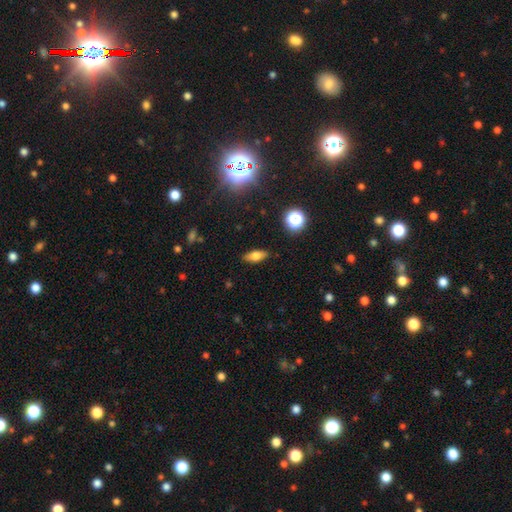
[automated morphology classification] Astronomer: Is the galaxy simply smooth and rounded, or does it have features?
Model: smooth — 68%.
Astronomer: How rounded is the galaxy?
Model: in between — 74%.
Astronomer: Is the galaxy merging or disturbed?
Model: none — 87%.